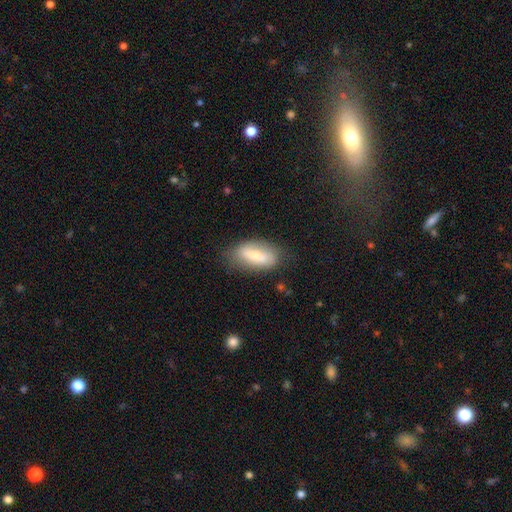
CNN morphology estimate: Smooth or featured? Predicted: smooth (p=0.58). How rounded? Predicted: in between (p=0.84). Merging? Predicted: none (p=0.71).